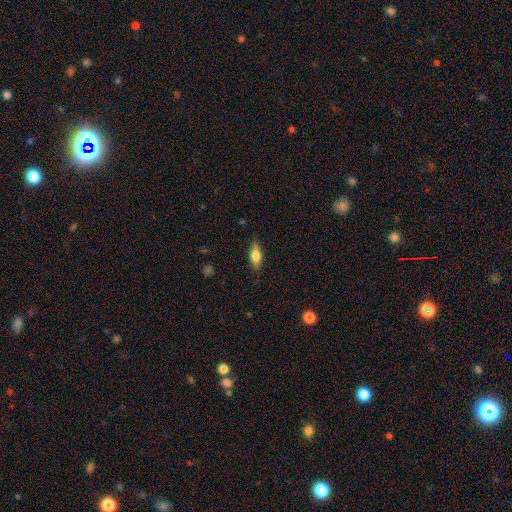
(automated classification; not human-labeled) A smooth galaxy with no disk features (72%) that is in between round and cigar-shaped (73%). Merging: none (84%).